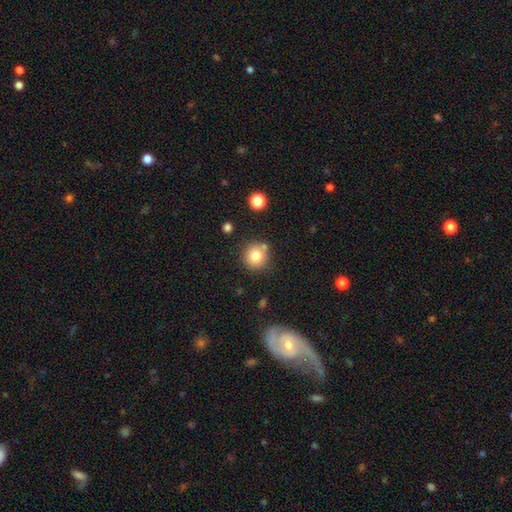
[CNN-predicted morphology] Smooth or featured? smooth (78%)
How rounded? round (92%)
Merging? none (77%)